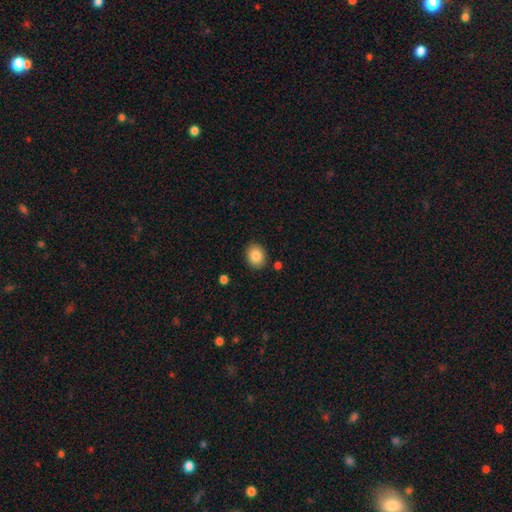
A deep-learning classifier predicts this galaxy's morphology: This is clearly a smooth galaxy (86%). How rounded: possibly round (60%). Merging: clearly none (87%).